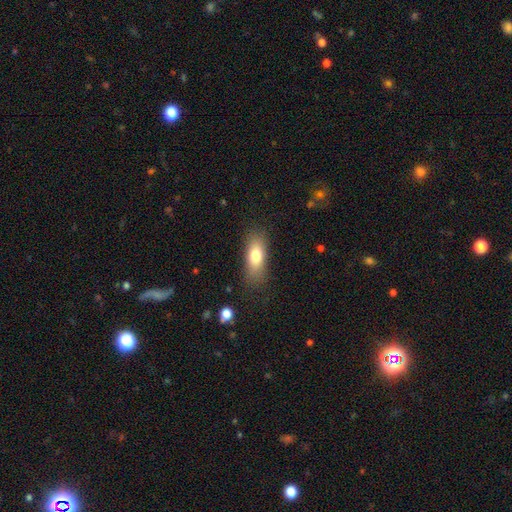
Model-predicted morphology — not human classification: smooth_or_featured: smooth (p=0.77) [alt: featured or disk p=0.15]
how_rounded: in between (p=0.73) [alt: cigar-shaped p=0.23]
merging: none (p=0.80) [alt: minor disturbance p=0.14]